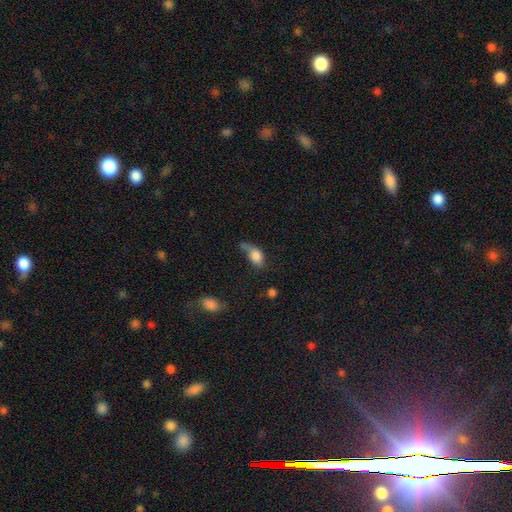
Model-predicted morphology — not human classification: A smooth galaxy with no disk features (79%) that is in between round and cigar-shaped (82%).

Vote fractions:
- Smooth or featured? smooth: 79% / featured or disk: 12% / star or artifact: 9%
- How rounded? in between: 82% / round: 13% / cigar-shaped: 5%
- Merging? minor disturbance: 31% / none: 30% / major disturbance: 26% / merger: 13%